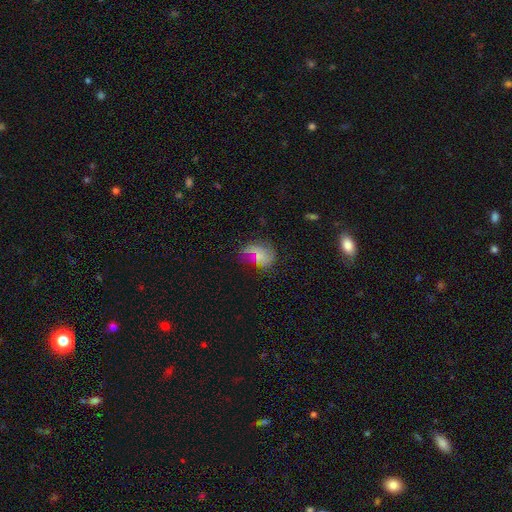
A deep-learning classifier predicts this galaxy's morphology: Smooth or featured? Predicted: smooth (p=0.48). Merging? Predicted: none (p=0.49).